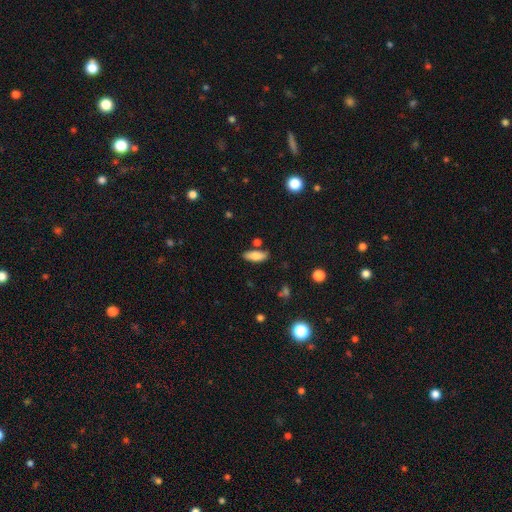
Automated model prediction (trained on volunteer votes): This is clearly a smooth galaxy (80%). How rounded: likely in between (76%). Merging: likely none (77%).